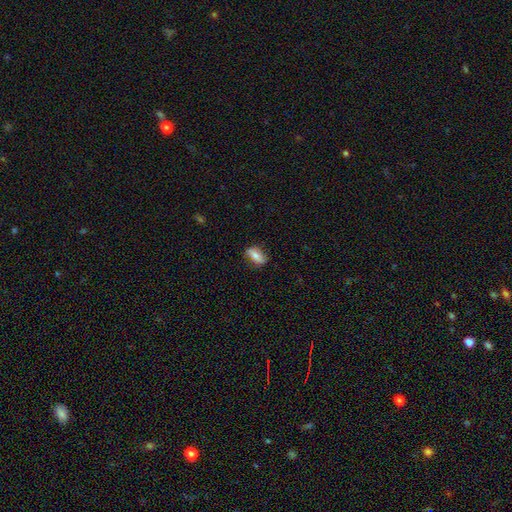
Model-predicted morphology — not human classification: A smooth galaxy with no disk features (59%) that is in between round and cigar-shaped (80%). Merging: none (76%).